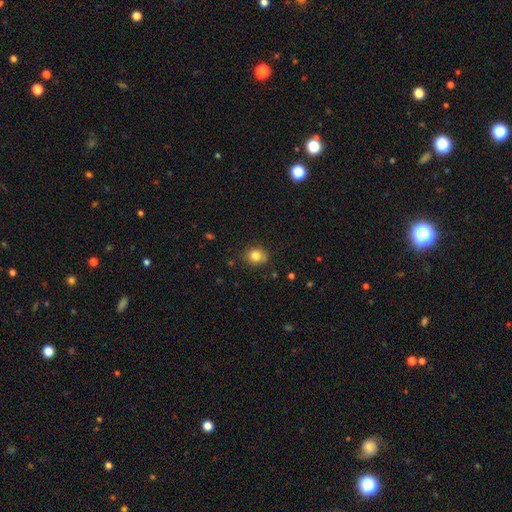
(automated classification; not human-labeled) The model was most divided on "how rounded": round: 75%, in between: 25%, cigar-shaped: 1%. More confident: merging — none (83%); smooth or featured — smooth (82%).